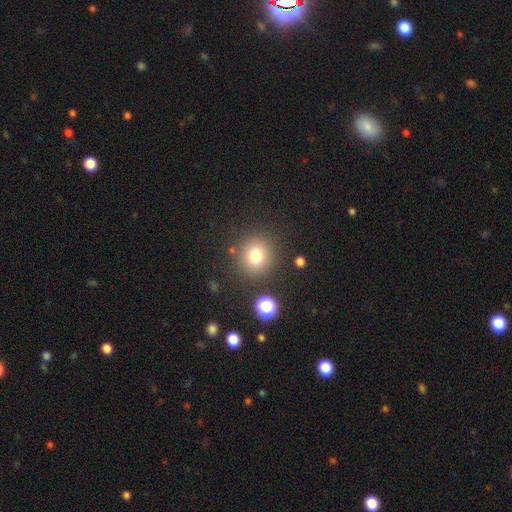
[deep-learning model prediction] A smooth galaxy with no disk features (78%) that is round (89%). Merging: none (85%).